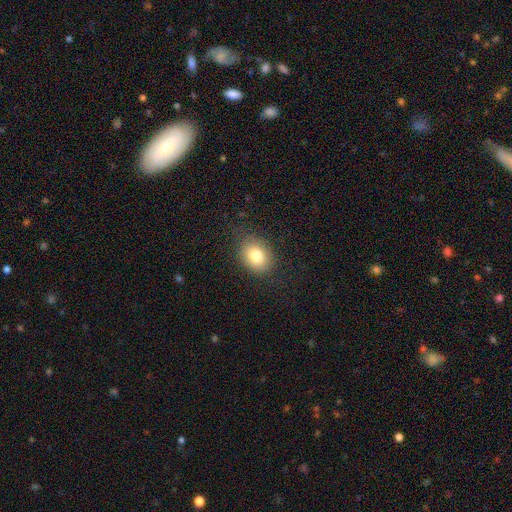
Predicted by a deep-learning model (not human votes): This appears to be a smooth galaxy with no disk features (80%) that is in between round and cigar-shaped (58%). Merging: none (82%).